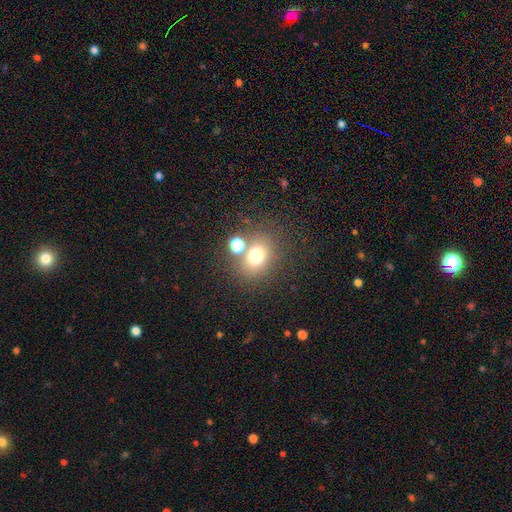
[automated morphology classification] A smooth galaxy with no disk features (71%) that is round (61%). Merging: none (64%).